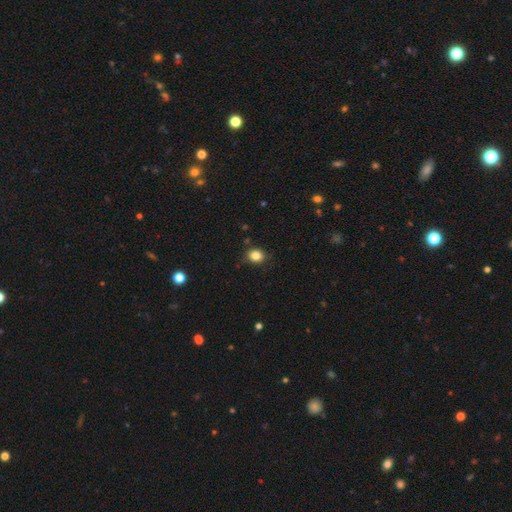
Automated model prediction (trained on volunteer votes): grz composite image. It shows a smooth galaxy with no disk features (84%) that is round (59%). Merging: none (84%).